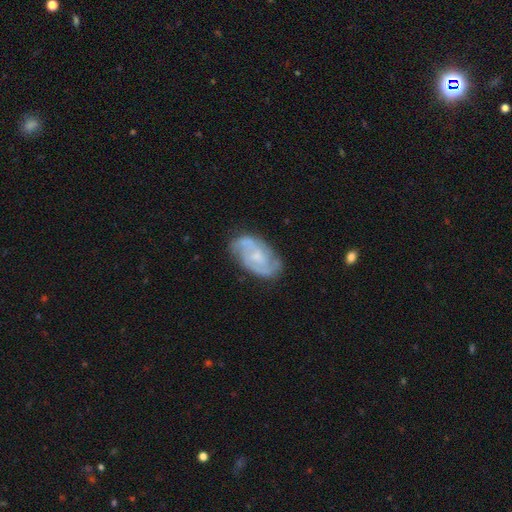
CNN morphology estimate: featured or disk 78%, smooth 16%, star or artifact 6%. Down the decision tree: edge-on disk — no (97%); bar — no (53%); spiral arms — yes (93%); spiral arm count — 2 (63%); spiral winding — medium (49%); bulge size — small (51%); merging — none (73%).